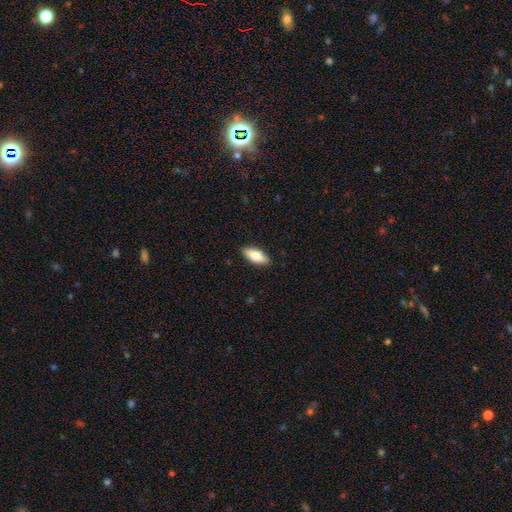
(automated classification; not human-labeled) Overall: smooth (81%). How rounded: in between (84%). Merging: none (89%).